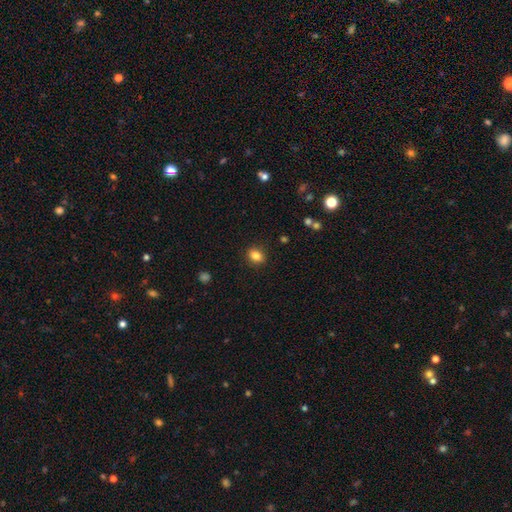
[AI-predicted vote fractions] This appears to be a smooth galaxy with no disk features (84%) that is round (54%). Merging: none (90%).